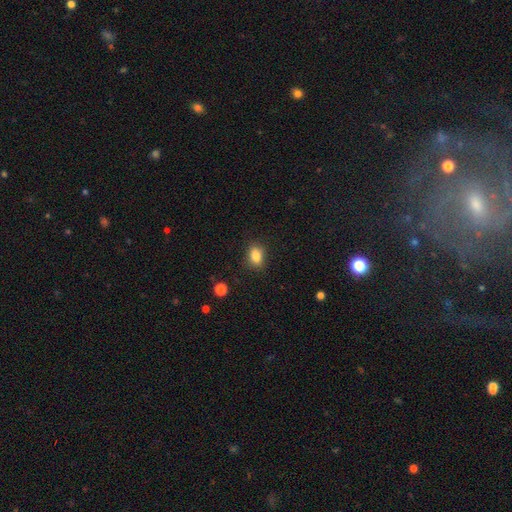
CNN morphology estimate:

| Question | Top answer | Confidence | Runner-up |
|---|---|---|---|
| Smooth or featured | smooth | 85% | star or artifact (10%) |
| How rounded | in between | 77% | round (21%) |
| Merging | none | 84% | minor disturbance (11%) |